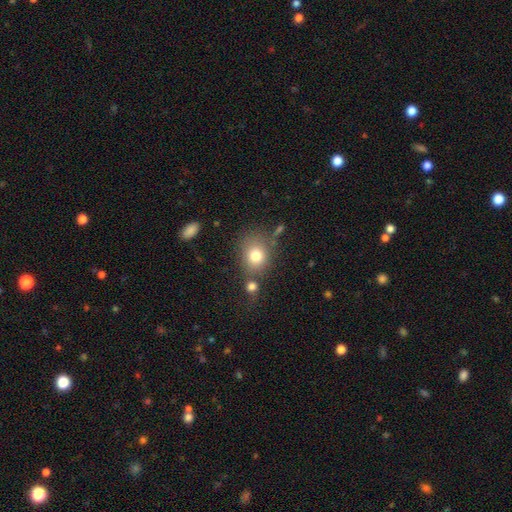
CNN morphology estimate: smooth-or-featured: smooth: 78% | star or artifact: 11% | featured or disk: 11%
  how-rounded: round: 59% | in between: 40% | cigar-shaped: 1%
  merging: none: 63% | minor disturbance: 15% | merger: 15% | major disturbance: 7%